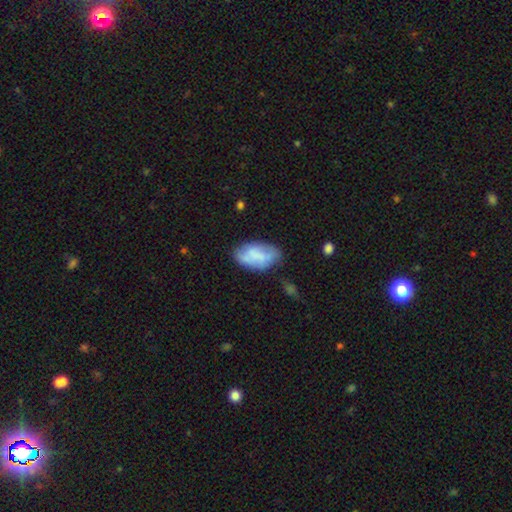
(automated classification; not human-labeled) Smooth or featured? smooth (64%)
How rounded? in between (93%)
Merging? none (61%)